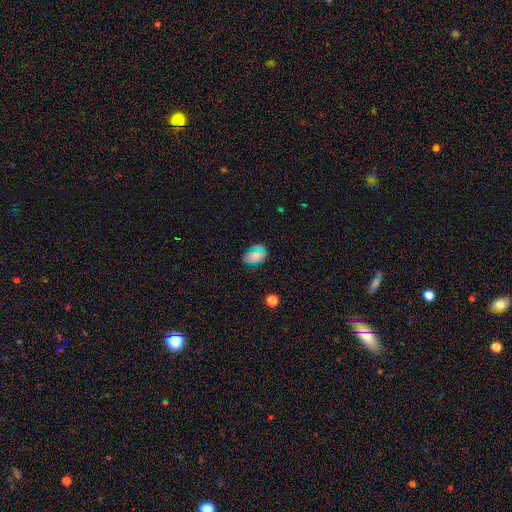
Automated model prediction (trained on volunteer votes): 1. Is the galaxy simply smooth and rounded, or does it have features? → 68% smooth, 23% star or artifact, 9% featured or disk.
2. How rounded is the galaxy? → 85% in between, 12% round, 3% cigar-shaped.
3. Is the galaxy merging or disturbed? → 79% none, 14% minor disturbance, 4% major disturbance, 3% merger.